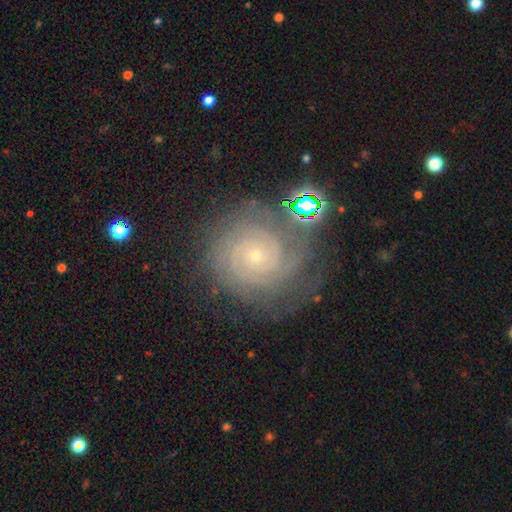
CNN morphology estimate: This appears to be a featured or disk galaxy (83%) with no bar (81%), 2 (27%) tight (82%) spiral arms (97%) and a small central bulge (85%). Merging: none (74%).